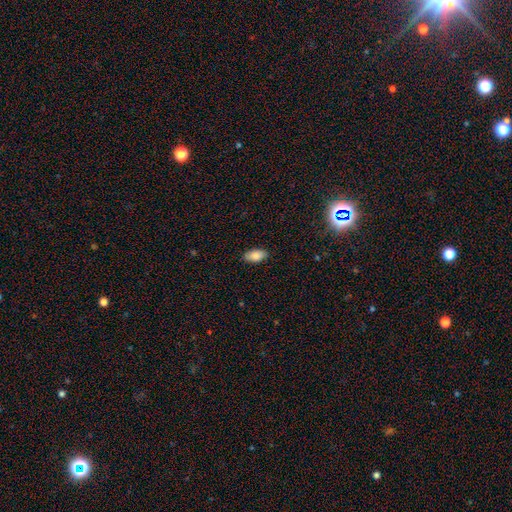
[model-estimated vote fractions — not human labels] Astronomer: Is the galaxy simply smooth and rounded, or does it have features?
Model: smooth — 84%.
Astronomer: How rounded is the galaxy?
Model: in between — 94%.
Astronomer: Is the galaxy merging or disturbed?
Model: none — 88%.